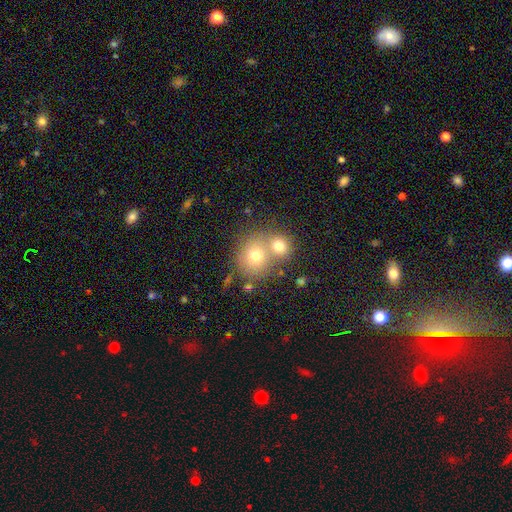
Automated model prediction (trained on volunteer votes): Overall: smooth (69%). How rounded: round (80%). Merging: merger (50%; none 41%).